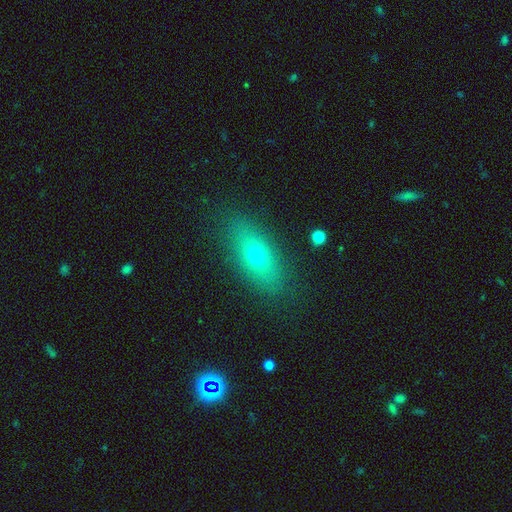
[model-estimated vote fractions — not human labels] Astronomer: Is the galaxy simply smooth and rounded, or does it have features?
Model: smooth — 60%.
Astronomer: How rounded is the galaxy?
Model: in between — 67%.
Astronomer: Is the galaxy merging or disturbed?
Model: none — 86%.